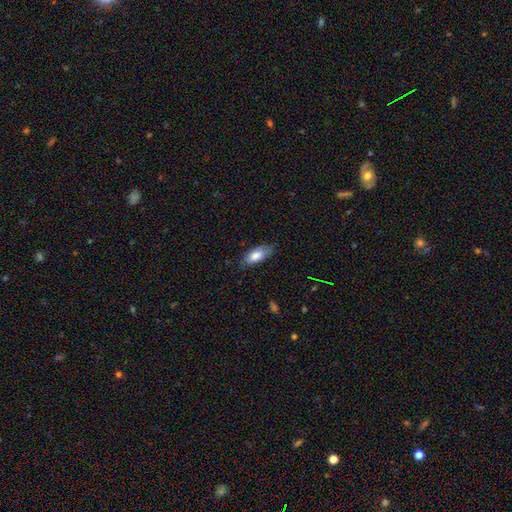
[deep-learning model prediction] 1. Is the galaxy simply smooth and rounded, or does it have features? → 80% smooth, 14% featured or disk, 6% star or artifact.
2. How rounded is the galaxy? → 85% in between, 13% cigar-shaped, 2% round.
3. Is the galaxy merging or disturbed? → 74% none, 21% minor disturbance, 4% major disturbance, 1% merger.